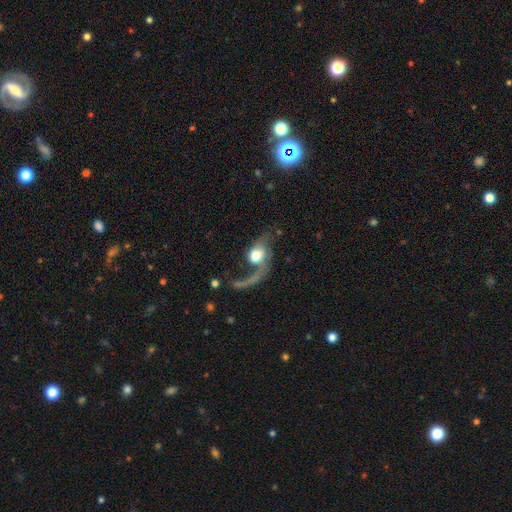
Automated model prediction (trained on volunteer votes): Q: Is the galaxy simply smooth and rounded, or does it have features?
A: featured or disk — 62%.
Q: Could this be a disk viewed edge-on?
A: no — 94%.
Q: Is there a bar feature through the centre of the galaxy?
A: no — 73%.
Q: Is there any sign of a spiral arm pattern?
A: yes — 79%.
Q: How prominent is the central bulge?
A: moderate — 43%.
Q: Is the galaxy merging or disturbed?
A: major disturbance — 51%.